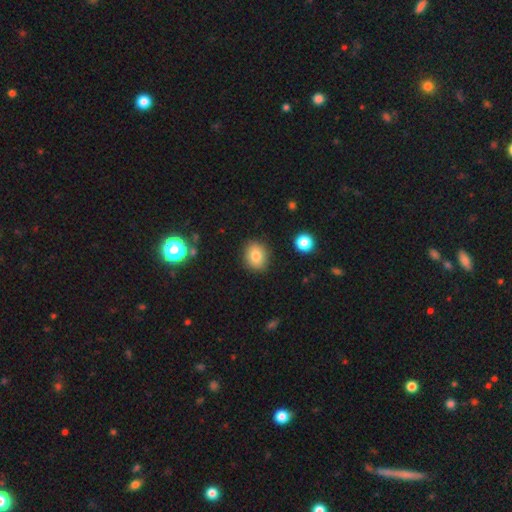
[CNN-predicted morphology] This appears to be a smooth galaxy with no disk features (81%) that is round (58%). Merging: none (87%).